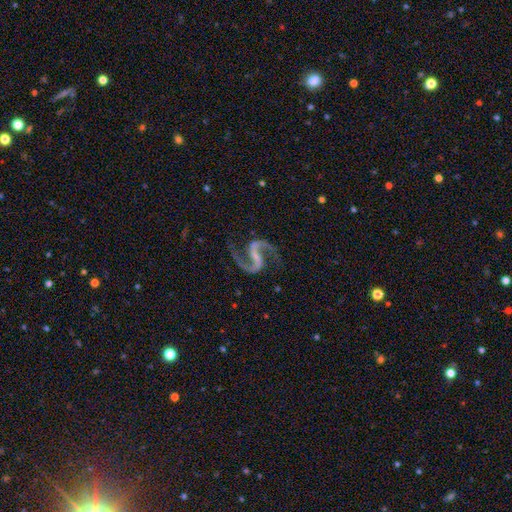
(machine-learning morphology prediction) type=featured or disk (94%); edge-on=no (98%); bar=weak (40%); spiral arms=yes (98%); winding=medium (51%); arm count=2 (95%); bulge=small (53%); merging=none (79%).